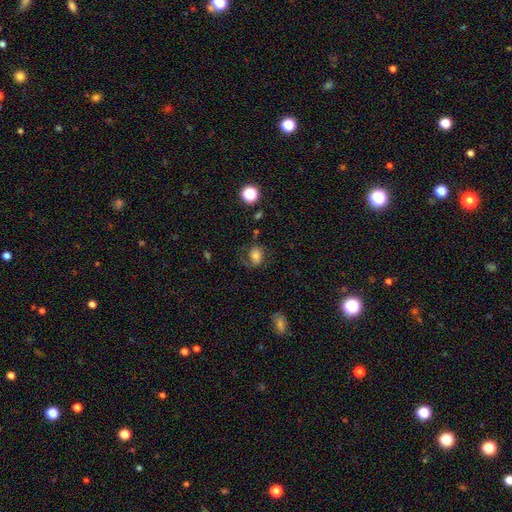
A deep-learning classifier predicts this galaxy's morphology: A smooth galaxy with no disk features (59%) that is in between round and cigar-shaped (56%). Merging: none (51%).